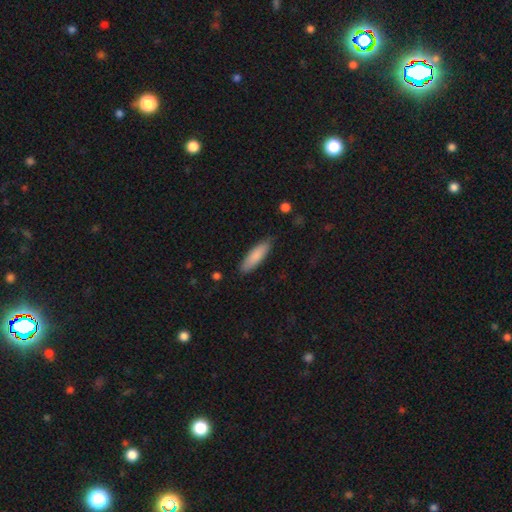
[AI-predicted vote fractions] Smooth or featured: smooth — 85% (featured or disk — 10%)
How rounded: cigar-shaped — 61% (in between — 38%)
Merging: none — 85% (minor disturbance — 12%)